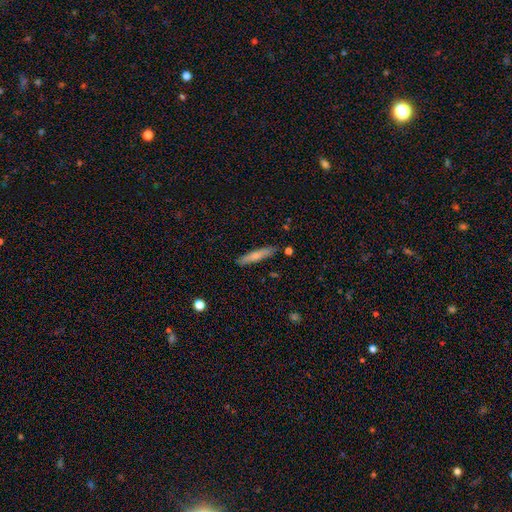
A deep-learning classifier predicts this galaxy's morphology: smooth_or_featured: smooth (p=0.63) [alt: featured or disk p=0.31]
how_rounded: cigar-shaped (p=0.90) [alt: in between p=0.09]
merging: none (p=0.86) [alt: minor disturbance p=0.10]